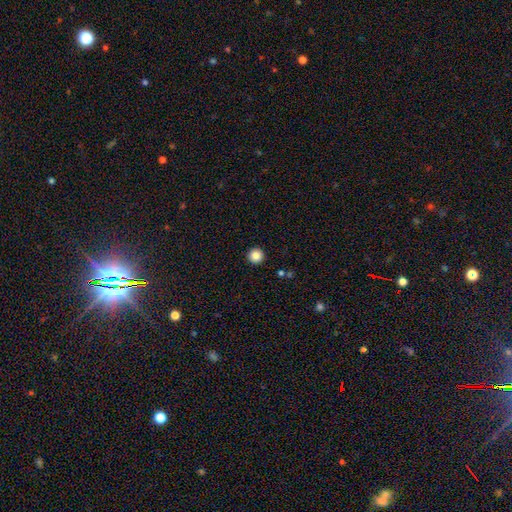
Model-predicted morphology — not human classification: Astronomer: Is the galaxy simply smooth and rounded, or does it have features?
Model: smooth — 86%.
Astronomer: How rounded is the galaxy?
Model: round — 97%.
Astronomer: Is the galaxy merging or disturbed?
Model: none — 93%.